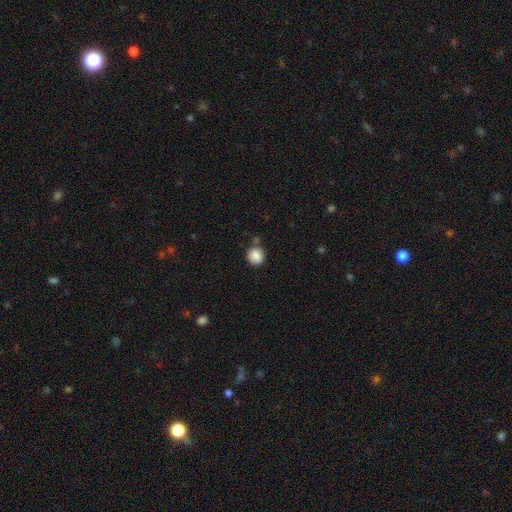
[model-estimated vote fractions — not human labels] A smooth galaxy with no disk features (87%) that is round (87%). Merging: none (73%).